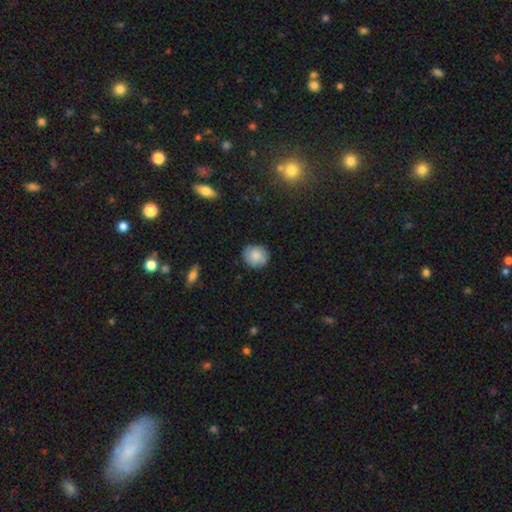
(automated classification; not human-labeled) smooth_or_featured: smooth (p=0.82) [alt: featured or disk p=0.11]
how_rounded: round (p=0.78) [alt: in between p=0.21]
merging: none (p=0.83) [alt: minor disturbance p=0.13]